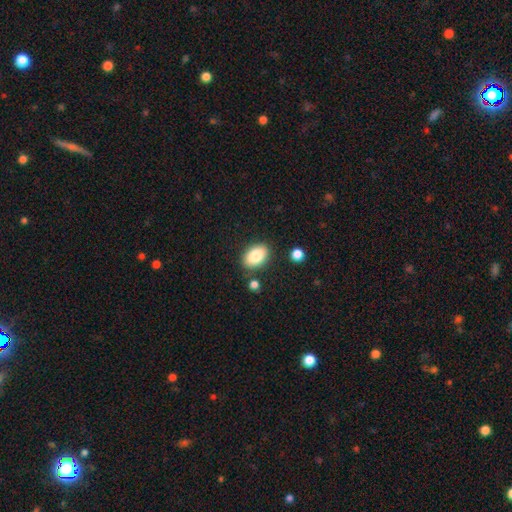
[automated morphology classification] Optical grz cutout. It shows a smooth galaxy with no disk features (84%) that is in between round and cigar-shaped (88%). Merging: none (83%).